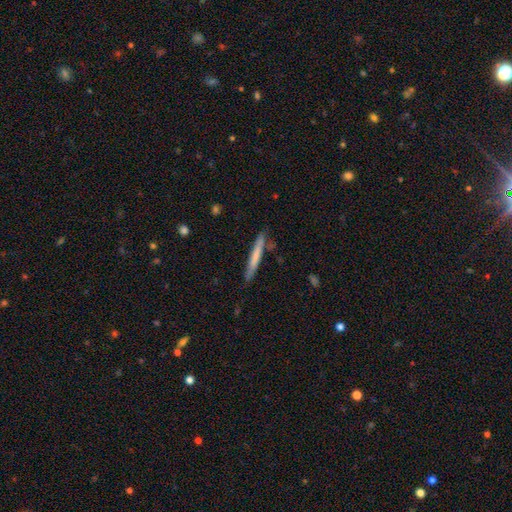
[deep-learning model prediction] A smooth galaxy with no disk features (65%) that is cigar-shaped (96%). Merging: none (82%).